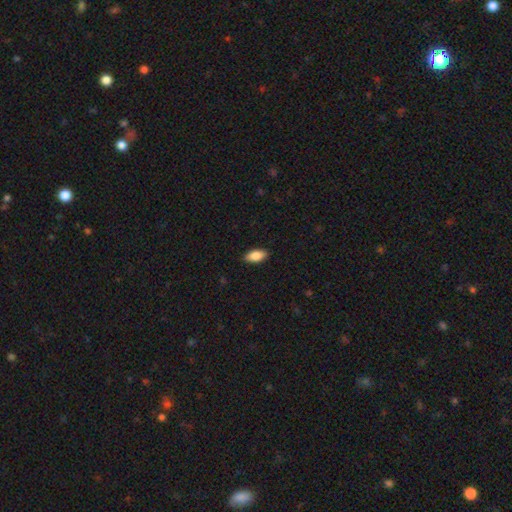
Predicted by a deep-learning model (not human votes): Morphology: type=smooth (85%); roundness=in between (91%); merging=none (89%).